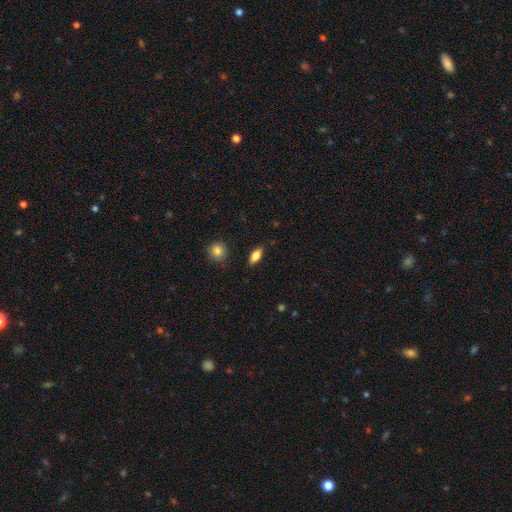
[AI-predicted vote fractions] This appears to be a smooth galaxy with no disk features (82%) that is in between round and cigar-shaped (83%). Merging: none (87%).